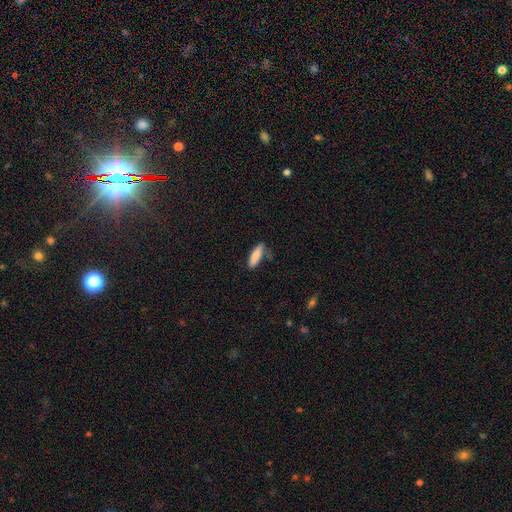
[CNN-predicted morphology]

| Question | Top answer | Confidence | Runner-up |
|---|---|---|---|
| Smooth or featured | smooth | 84% | featured or disk (10%) |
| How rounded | cigar-shaped | 54% | in between (44%) |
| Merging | none | 76% | minor disturbance (17%) |